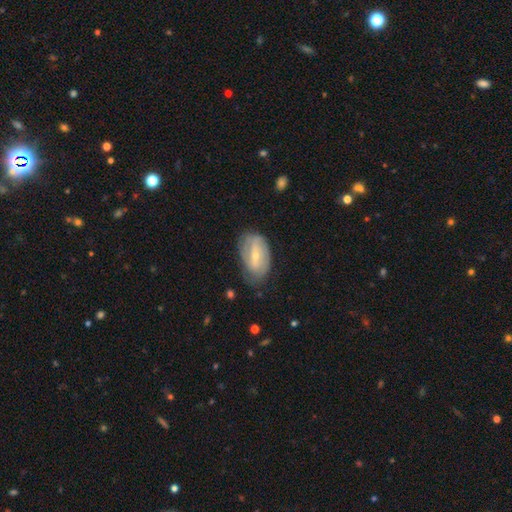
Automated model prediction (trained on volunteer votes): Smooth or featured: featured or disk — 65% (smooth — 29%)
Edge-on disk: no — 94% (yes — 6%)
Bar: weak — 44% (strong — 35%)
Spiral arms: yes — 74% (no — 26%)
Bulge size: small — 60% (moderate — 36%)
Merging: none — 65% (minor disturbance — 25%)